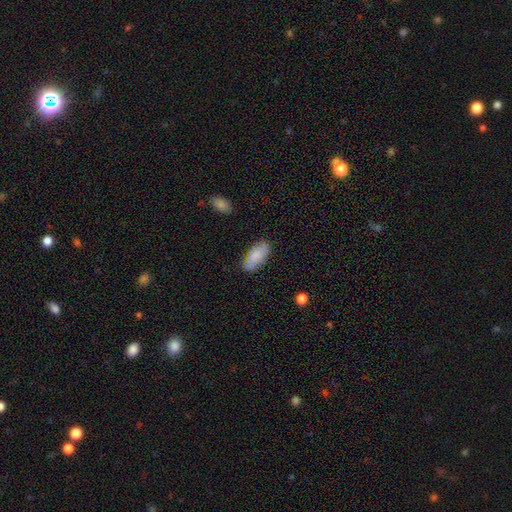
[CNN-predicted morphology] Overall: smooth (81%). How rounded: in between (90%). Merging: none (78%).